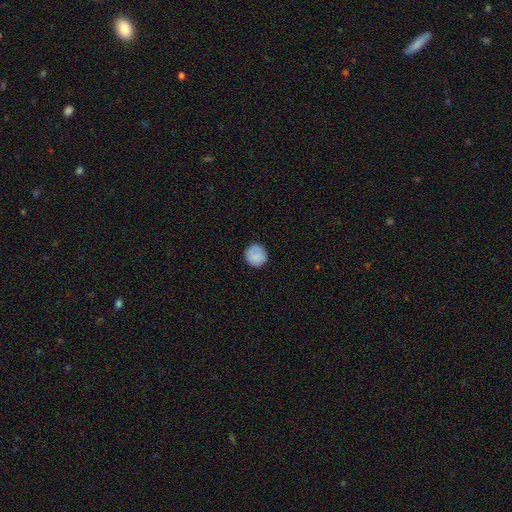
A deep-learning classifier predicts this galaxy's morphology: smooth_or_featured: smooth (p=0.87) [alt: star or artifact p=0.08]
how_rounded: round (p=0.93) [alt: in between p=0.06]
merging: none (p=0.86) [alt: minor disturbance p=0.10]